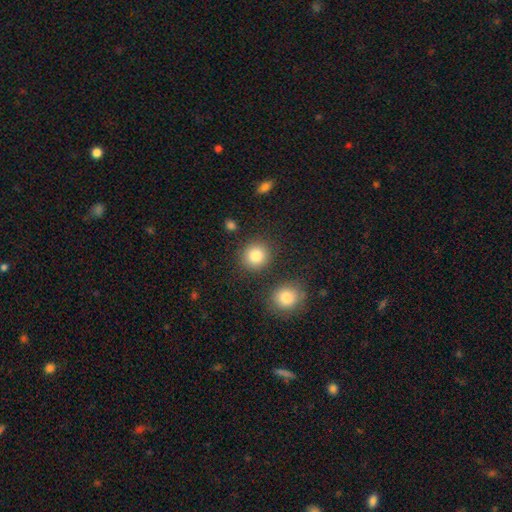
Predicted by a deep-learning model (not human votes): Smooth or featured? smooth (84%)
How rounded? round (86%)
Merging? none (84%)